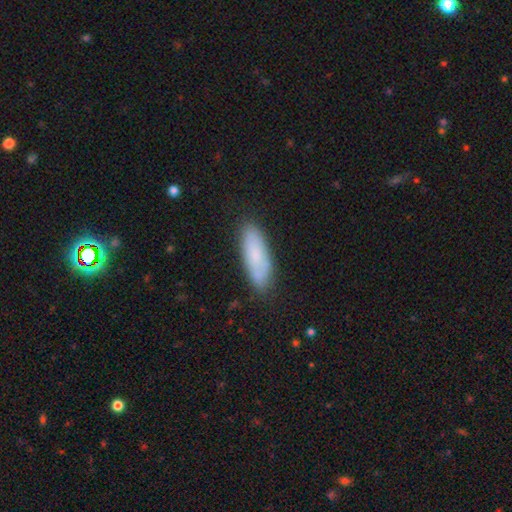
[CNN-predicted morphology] Q: Smooth or featured?
A: smooth (76%); runner-up: featured or disk (17%)
Q: How rounded?
A: in between (57%); runner-up: cigar-shaped (41%)
Q: Merging?
A: none (79%); runner-up: minor disturbance (15%)